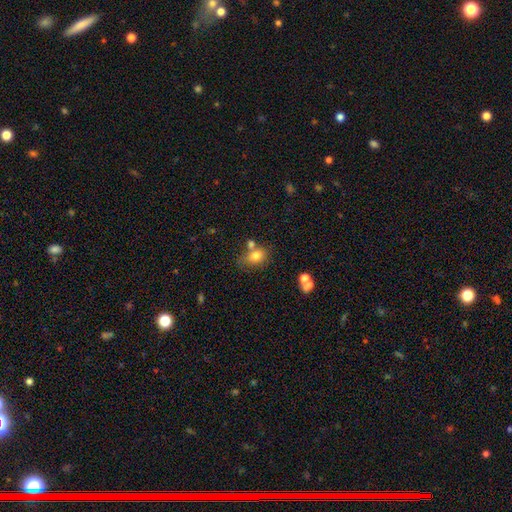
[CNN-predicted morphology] Smooth or featured? Predicted: smooth (p=0.76). How rounded? Predicted: in between (p=0.69). Merging? Predicted: none (p=0.50).